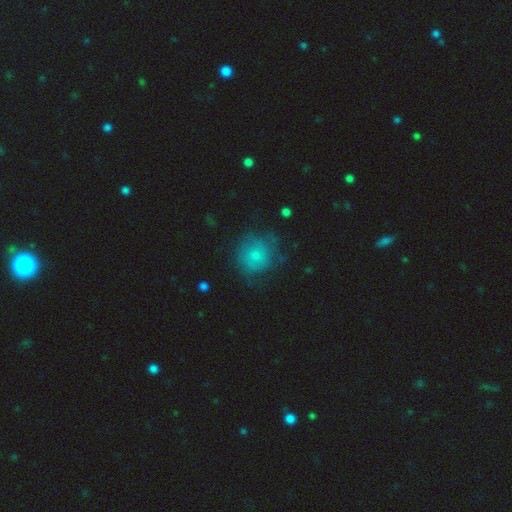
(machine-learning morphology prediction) Smooth or featured: smooth — 56% (featured or disk — 34%)
How rounded: round — 85% (in between — 14%)
Merging: none — 62% (minor disturbance — 24%)